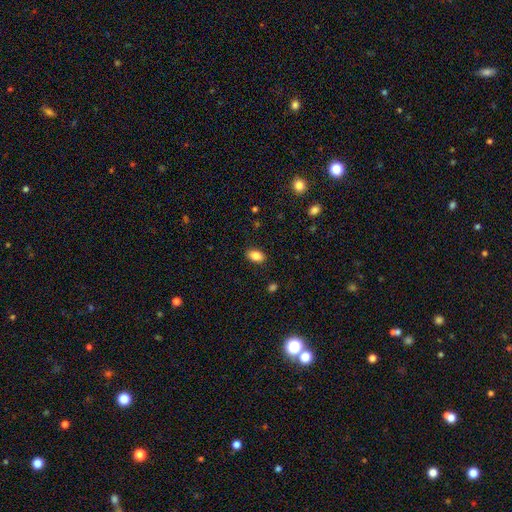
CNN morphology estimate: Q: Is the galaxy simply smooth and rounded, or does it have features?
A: smooth — 86%.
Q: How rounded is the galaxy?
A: in between — 90%.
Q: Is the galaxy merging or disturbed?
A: none — 88%.